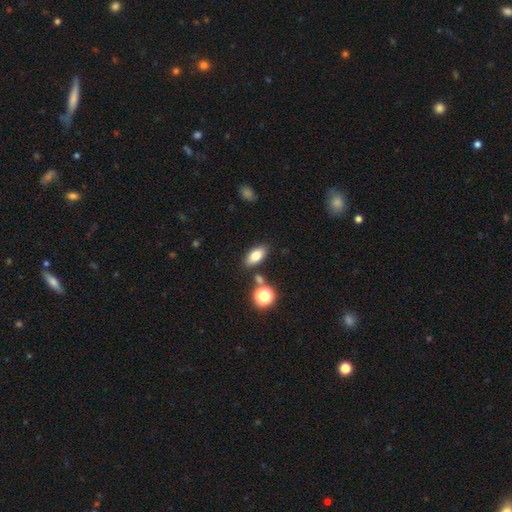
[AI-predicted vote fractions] smooth-or-featured: smooth: 77% | featured or disk: 12% | star or artifact: 10%
  how-rounded: in between: 85% | cigar-shaped: 9% | round: 6%
  merging: none: 81% | minor disturbance: 10% | merger: 6% | major disturbance: 3%